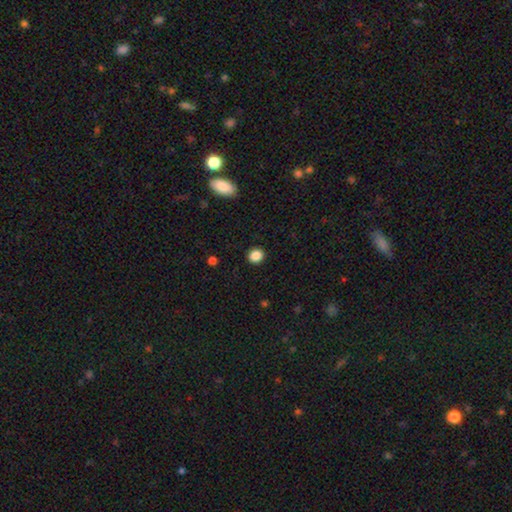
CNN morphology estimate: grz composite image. It shows a smooth galaxy with no disk features (87%) that is round (82%). Merging: none (91%).